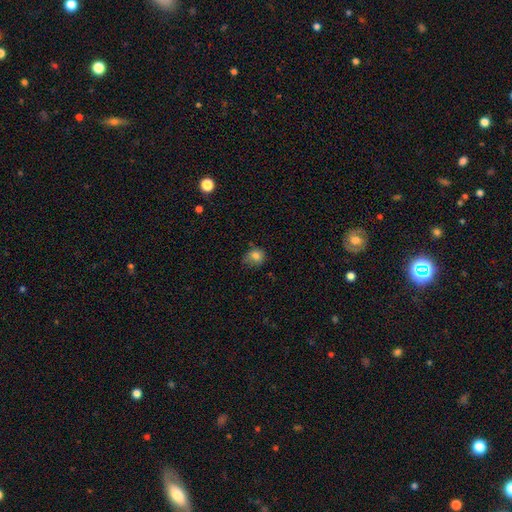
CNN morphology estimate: A smooth galaxy with no disk features (79%) that is round (63%). Merging: none (56%).